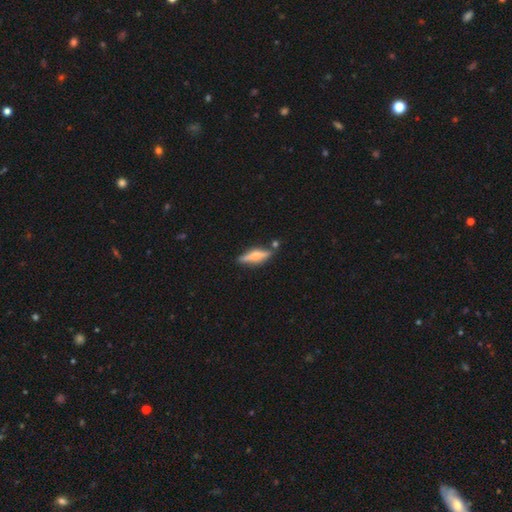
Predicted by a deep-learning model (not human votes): Smooth or featured? Predicted: featured or disk (p=0.58). Edge-on disk? Predicted: yes (p=0.94). Edge-on bulge? Predicted: rounded (p=0.85). Merging? Predicted: none (p=0.78).